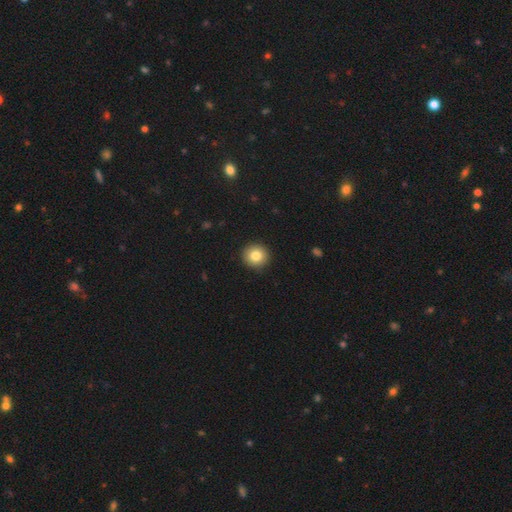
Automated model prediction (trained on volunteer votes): Overall: smooth (83%). How rounded: round (94%). Merging: none (93%).